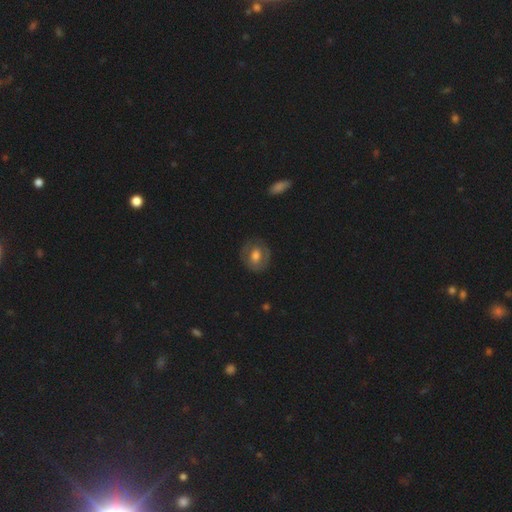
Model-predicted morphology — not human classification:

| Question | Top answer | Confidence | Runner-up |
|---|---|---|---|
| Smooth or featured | smooth | 53% | featured or disk (40%) |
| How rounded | round | 64% | in between (34%) |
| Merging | none | 81% | minor disturbance (13%) |